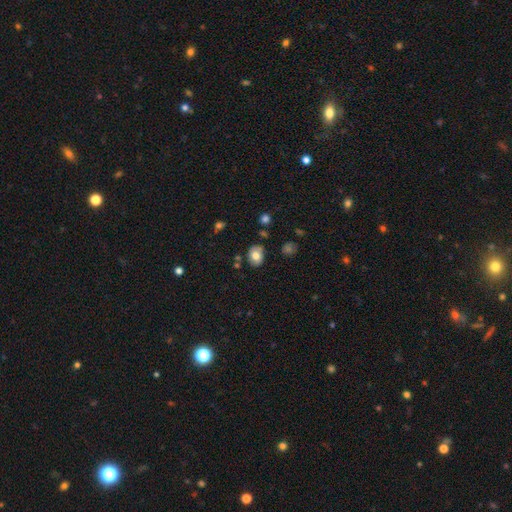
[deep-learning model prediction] Smooth or featured?
  - smooth: 74% *
  - featured or disk: 17%
  - star or artifact: 9%
How rounded?
  - in between: 56% *
  - round: 43%
  - cigar-shaped: 1%
Merging?
  - none: 79% *
  - minor disturbance: 15%
  - merger: 3%
  - major disturbance: 3%